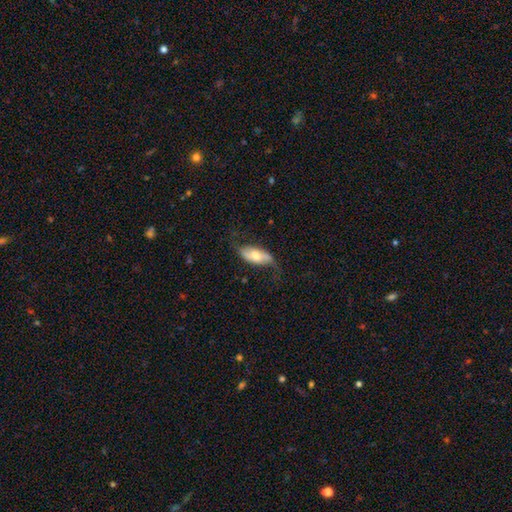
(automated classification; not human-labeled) featured or disk 55%, smooth 39%, star or artifact 6%. Down the decision tree: edge-on disk — no (83%); merging — none (62%).